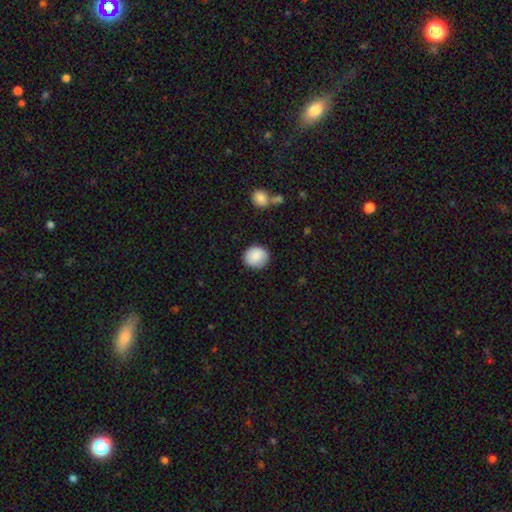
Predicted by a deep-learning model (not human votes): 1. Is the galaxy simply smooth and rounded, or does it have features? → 89% smooth, 7% star or artifact, 5% featured or disk.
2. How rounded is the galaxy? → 86% round, 13% in between, 1% cigar-shaped.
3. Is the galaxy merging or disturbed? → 87% none, 9% minor disturbance, 2% major disturbance, 1% merger.